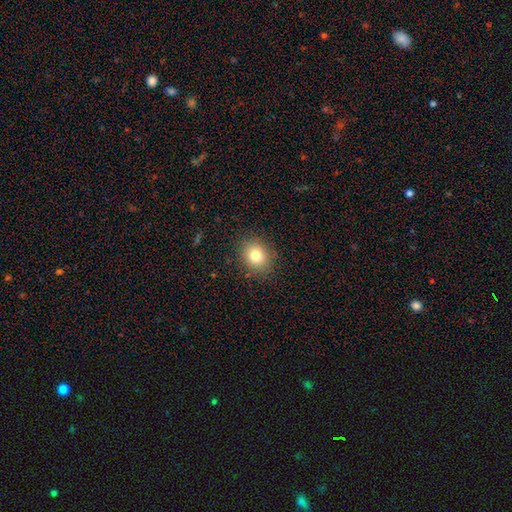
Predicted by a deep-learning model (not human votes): Smooth or featured?
  - smooth: 79% *
  - star or artifact: 12%
  - featured or disk: 9%
How rounded?
  - round: 65% *
  - in between: 34%
  - cigar-shaped: 1%
Merging?
  - none: 87% *
  - minor disturbance: 9%
  - major disturbance: 3%
  - merger: 1%